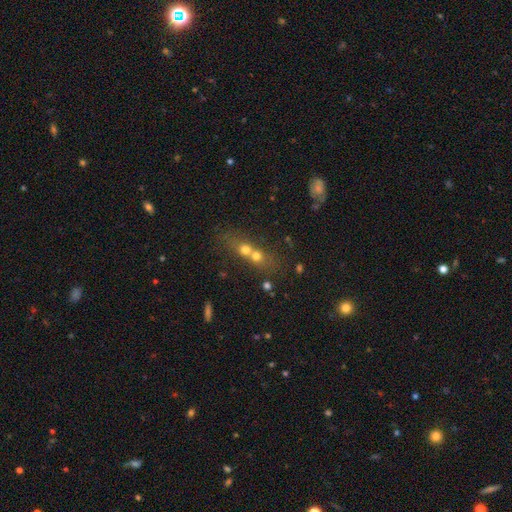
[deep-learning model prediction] A smooth galaxy with no disk features (52%) that is round (56%).

Vote fractions:
- Smooth or featured? smooth: 52% / featured or disk: 28% / star or artifact: 20%
- How rounded? round: 56% / in between: 31% / cigar-shaped: 13%
- Merging? merger: 66% / none: 24% / minor disturbance: 6% / major disturbance: 4%